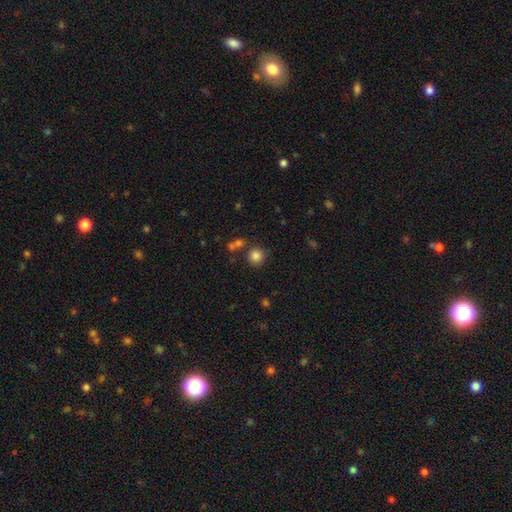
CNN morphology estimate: smooth 83%, star or artifact 12%, featured or disk 5%. Down the decision tree: how rounded — round (92%); merging — none (78%).